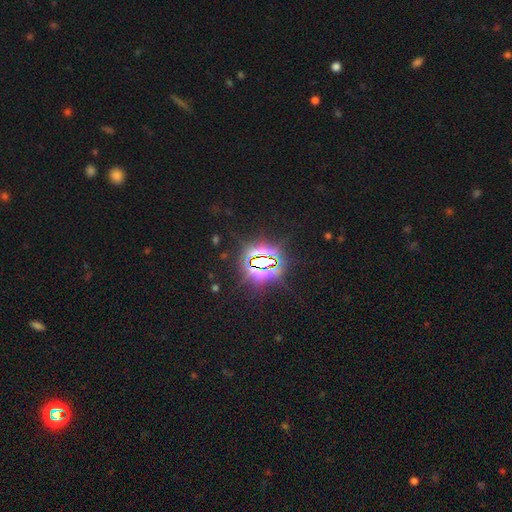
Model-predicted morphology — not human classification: A star or artifact, not a galaxy (84%).